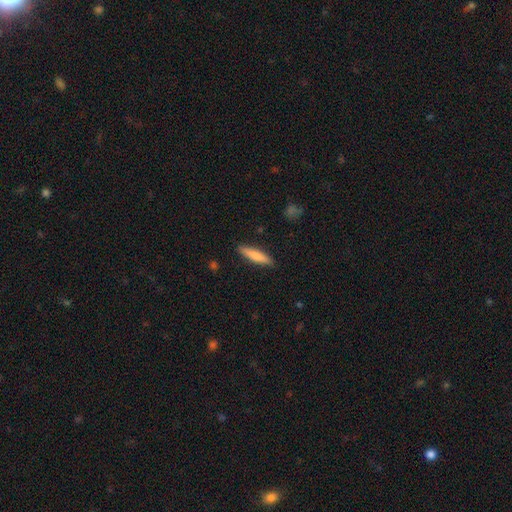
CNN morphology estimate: Smooth or featured: smooth — 75% (featured or disk — 19%)
How rounded: cigar-shaped — 82% (in between — 16%)
Merging: none — 88% (minor disturbance — 9%)